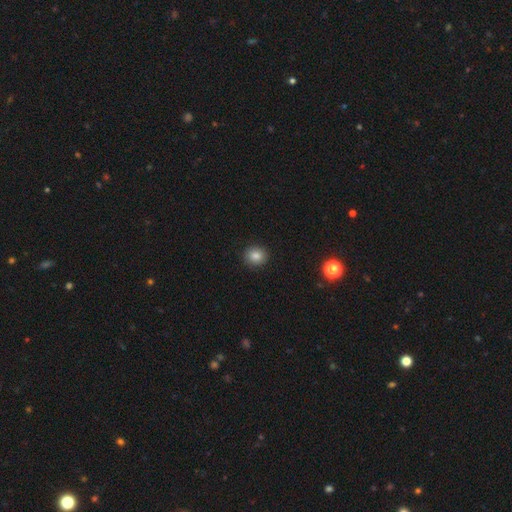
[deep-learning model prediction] This appears to be a smooth galaxy with no disk features (84%) that is round (82%). Merging: none (92%).